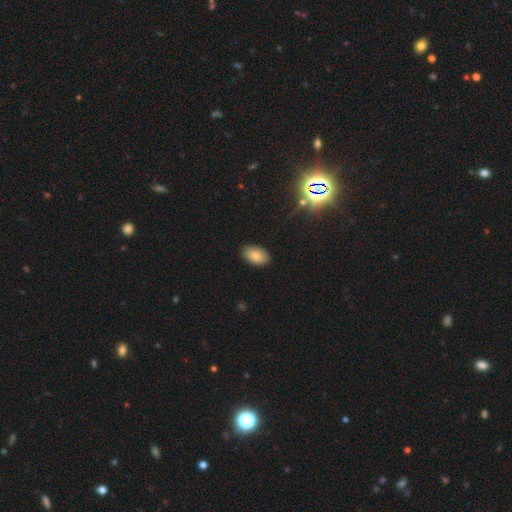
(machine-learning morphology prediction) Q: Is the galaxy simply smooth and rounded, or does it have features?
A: smooth — 81%.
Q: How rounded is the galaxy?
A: in between — 93%.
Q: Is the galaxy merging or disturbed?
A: none — 89%.